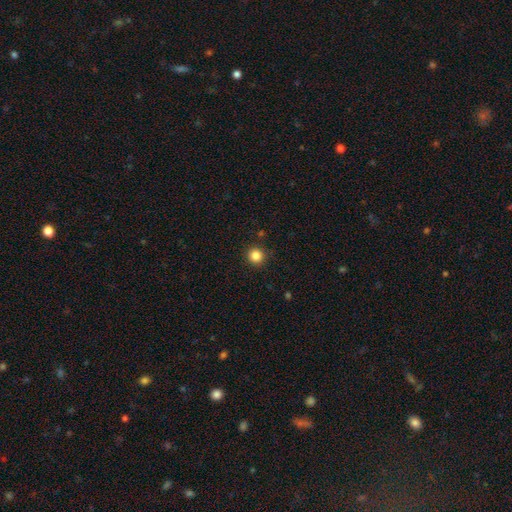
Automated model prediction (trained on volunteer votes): The model was most divided on "smooth or featured": smooth: 84%, star or artifact: 12%, featured or disk: 4%. More confident: how rounded — round (95%); merging — none (91%).